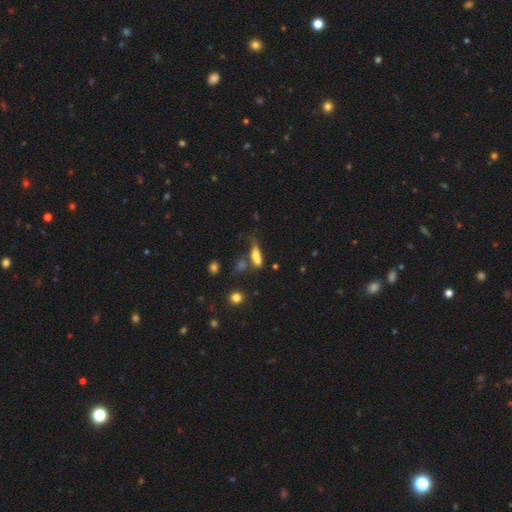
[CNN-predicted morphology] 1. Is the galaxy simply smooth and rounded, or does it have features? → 63% smooth, 26% featured or disk, 10% star or artifact.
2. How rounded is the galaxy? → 50% in between, 46% cigar-shaped, 4% round.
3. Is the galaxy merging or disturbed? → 33% none, 24% minor disturbance, 23% merger, 20% major disturbance.